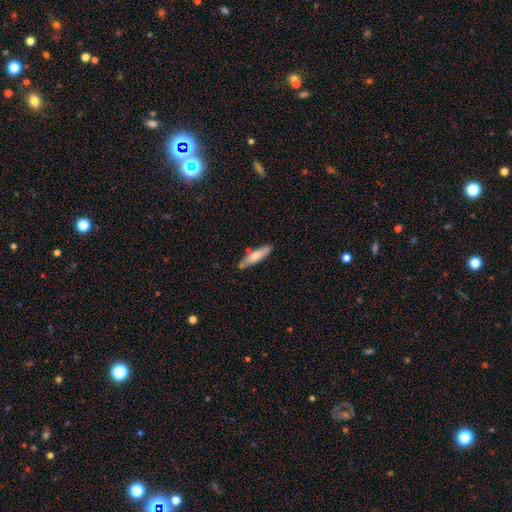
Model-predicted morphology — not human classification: The model was most divided on "smooth or featured": smooth: 71%, featured or disk: 23%, star or artifact: 6%. More confident: merging — none (79%); how rounded — cigar-shaped (77%).